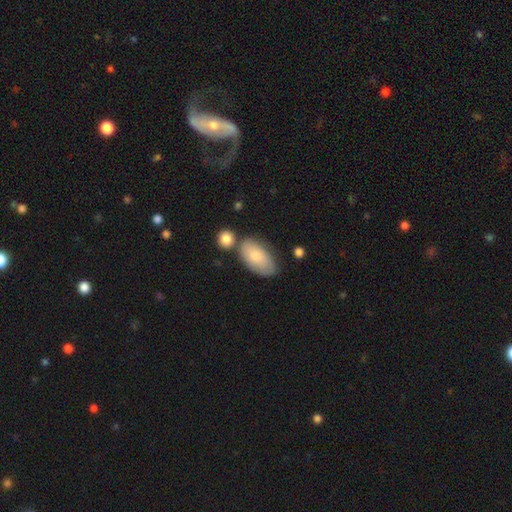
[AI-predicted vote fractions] Smooth or featured? smooth (77%)
How rounded? in between (94%)
Merging? none (60%)